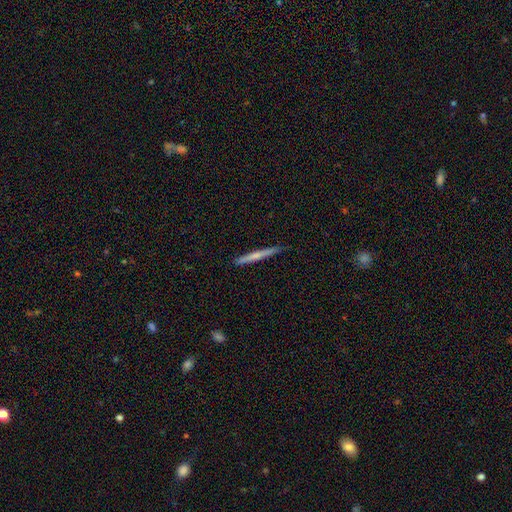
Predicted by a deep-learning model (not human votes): This appears to be a smooth galaxy with no disk features (49%). Merging: none (86%).